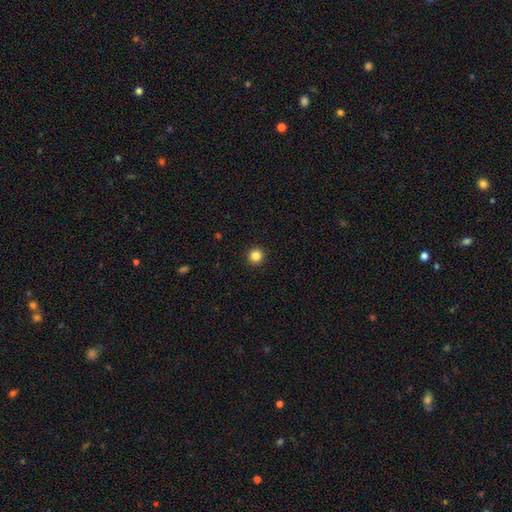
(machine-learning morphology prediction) A smooth galaxy with no disk features (84%) that is round (96%). Merging: none (94%).